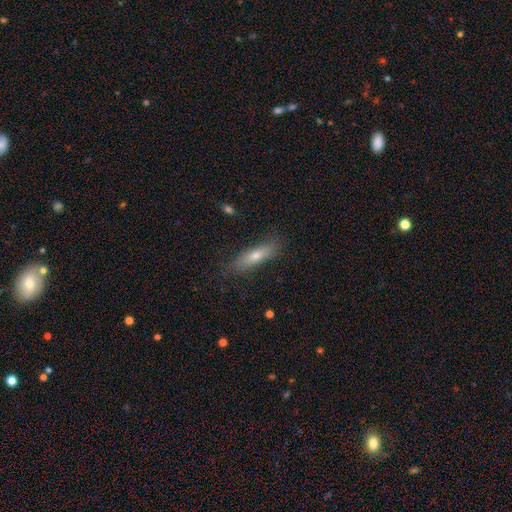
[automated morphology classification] Overall: smooth (64%; featured or disk 29%). How rounded: cigar-shaped (69%). Merging: none (82%).